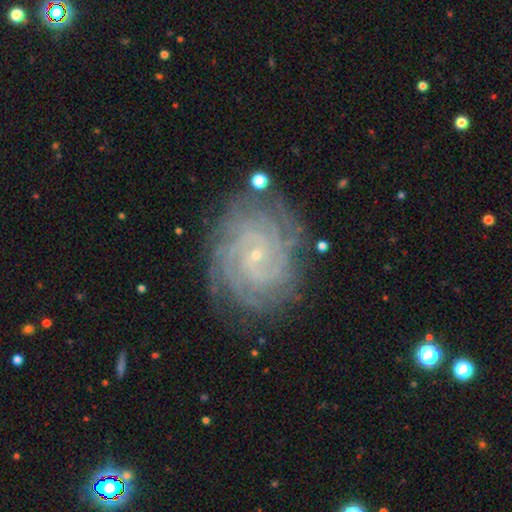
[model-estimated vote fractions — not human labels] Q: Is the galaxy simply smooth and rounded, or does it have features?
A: featured or disk — 88%.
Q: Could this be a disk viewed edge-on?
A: no — 97%.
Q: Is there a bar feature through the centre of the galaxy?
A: no — 66%.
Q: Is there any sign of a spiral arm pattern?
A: yes — 98%.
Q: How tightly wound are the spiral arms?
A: tight — 82%.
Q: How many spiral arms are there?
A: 4 — 26%.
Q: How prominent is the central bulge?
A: small — 89%.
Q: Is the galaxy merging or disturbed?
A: none — 81%.